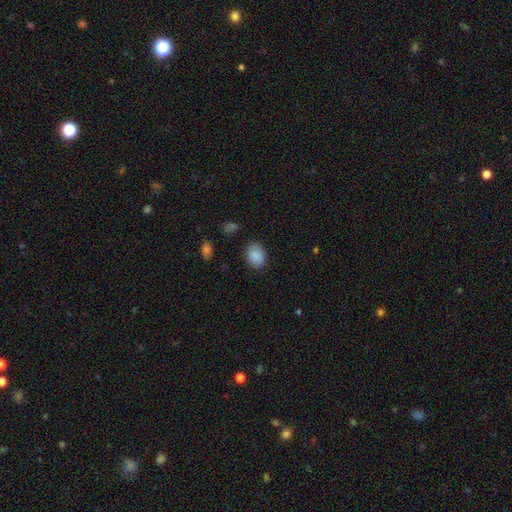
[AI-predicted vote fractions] Smooth or featured: smooth — 87% (star or artifact — 7%)
How rounded: in between — 61% (round — 38%)
Merging: none — 84% (minor disturbance — 12%)